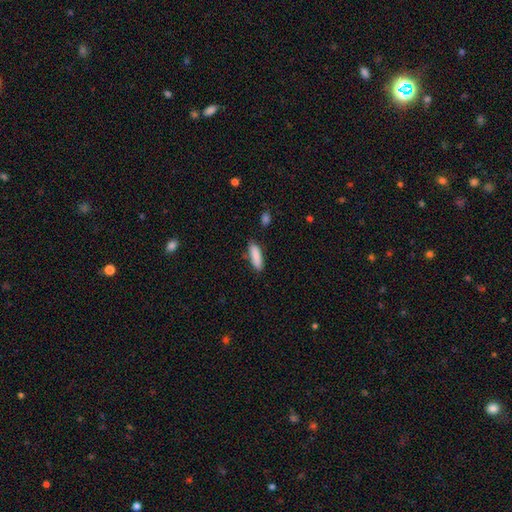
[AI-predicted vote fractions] Morphology: type=smooth (88%); roundness=cigar-shaped (55%); merging=none (80%).